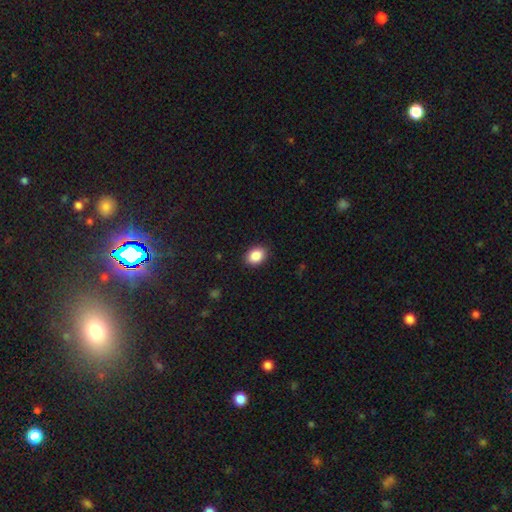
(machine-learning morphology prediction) smooth_or_featured: smooth (p=0.88) [alt: star or artifact p=0.08]
how_rounded: in between (p=0.68) [alt: round p=0.31]
merging: none (p=0.89) [alt: minor disturbance p=0.08]